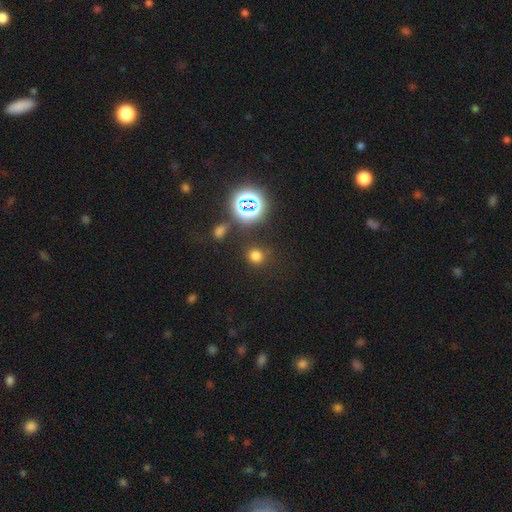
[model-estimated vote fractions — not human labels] Q: Smooth or featured?
A: smooth (67%); runner-up: star or artifact (27%)
Q: How rounded?
A: round (86%); runner-up: in between (13%)
Q: Merging?
A: none (82%); runner-up: minor disturbance (10%)